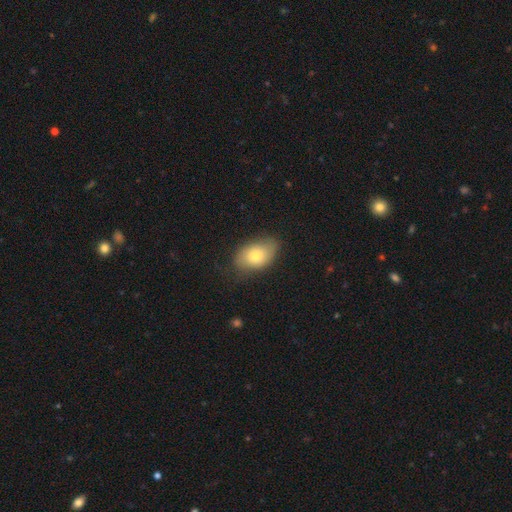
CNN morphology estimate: smooth_or_featured: smooth (p=0.75) [alt: featured or disk p=0.18]
how_rounded: in between (p=0.88) [alt: round p=0.11]
merging: none (p=0.72) [alt: minor disturbance p=0.22]